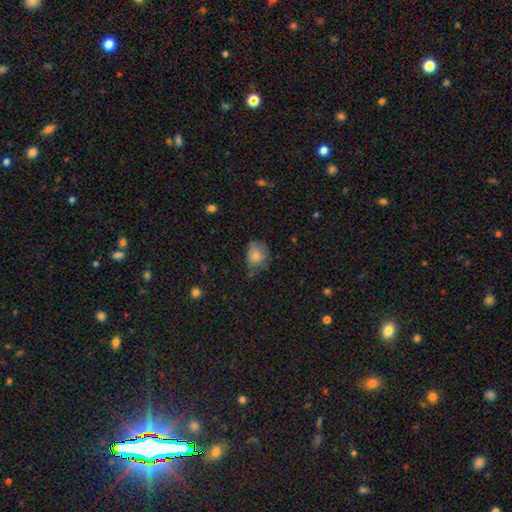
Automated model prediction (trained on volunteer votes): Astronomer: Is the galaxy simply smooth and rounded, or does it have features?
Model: smooth — 79%.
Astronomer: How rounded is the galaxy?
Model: round — 60% (runner-up: in between, 39%).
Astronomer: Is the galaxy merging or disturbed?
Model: none — 51% (runner-up: minor disturbance, 35%).